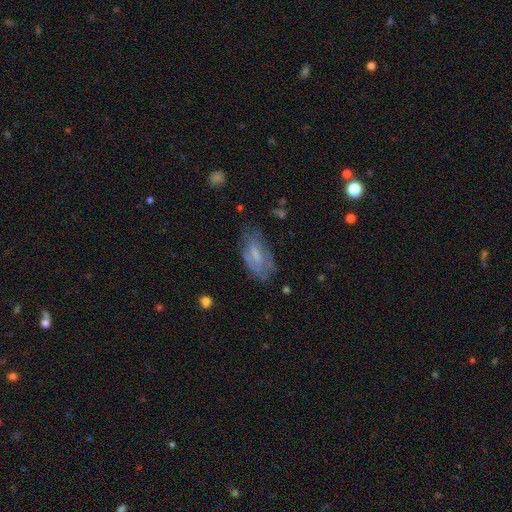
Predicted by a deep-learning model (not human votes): Overall: featured or disk (55%; smooth 36%). Edge-on disk: no (89%). Merging: none (62%; minor disturbance 25%).